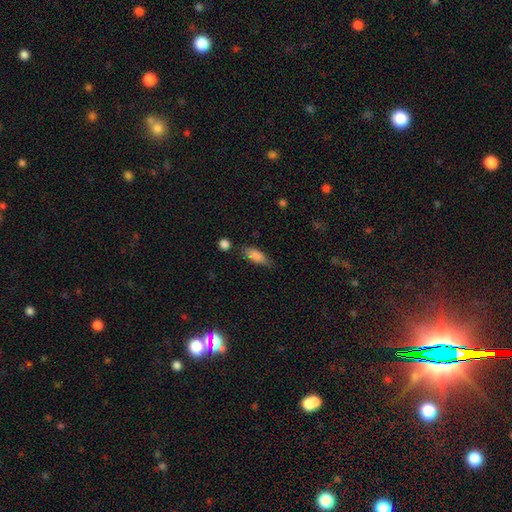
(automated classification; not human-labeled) Overall: smooth (85%). How rounded: in between (78%). Merging: none (67%).